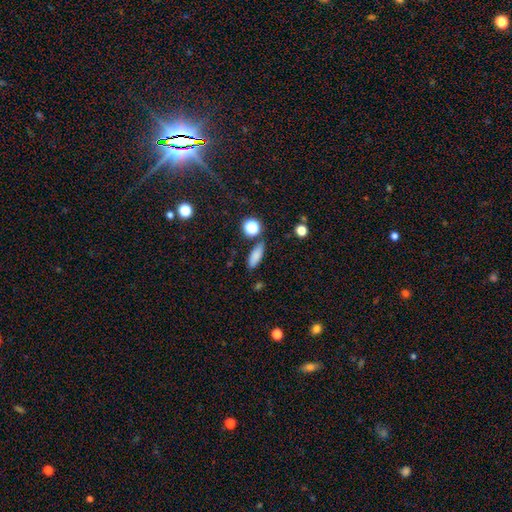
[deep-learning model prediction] This appears to be a smooth galaxy with no disk features (81%) that is in between round and cigar-shaped (60%). Merging: none (79%).